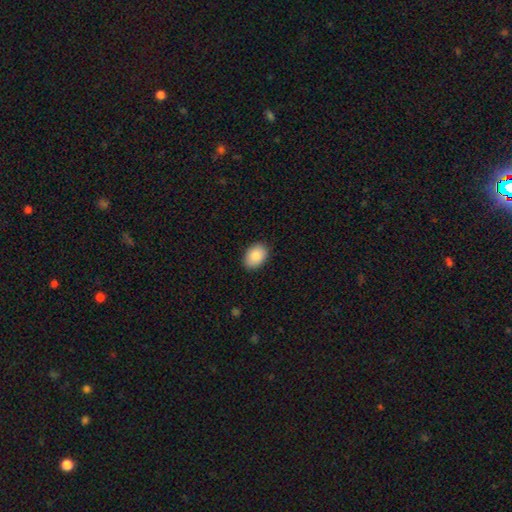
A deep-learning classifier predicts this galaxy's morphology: A smooth galaxy with no disk features (89%) that is in between round and cigar-shaped (81%).

Vote fractions:
- Smooth or featured? smooth: 89% / star or artifact: 7% / featured or disk: 5%
- How rounded? in between: 81% / round: 18% / cigar-shaped: 1%
- Merging? none: 88% / minor disturbance: 9% / major disturbance: 2% / merger: 1%